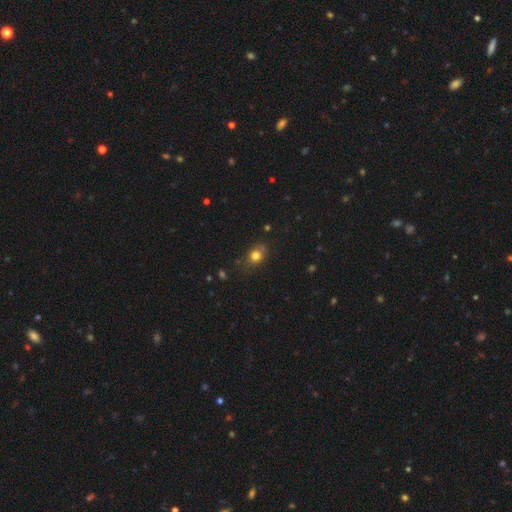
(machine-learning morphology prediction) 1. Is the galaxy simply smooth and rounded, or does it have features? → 77% smooth, 14% star or artifact, 8% featured or disk.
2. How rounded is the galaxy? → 65% round, 34% in between, 1% cigar-shaped.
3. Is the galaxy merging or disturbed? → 71% none, 18% minor disturbance, 5% merger, 5% major disturbance.